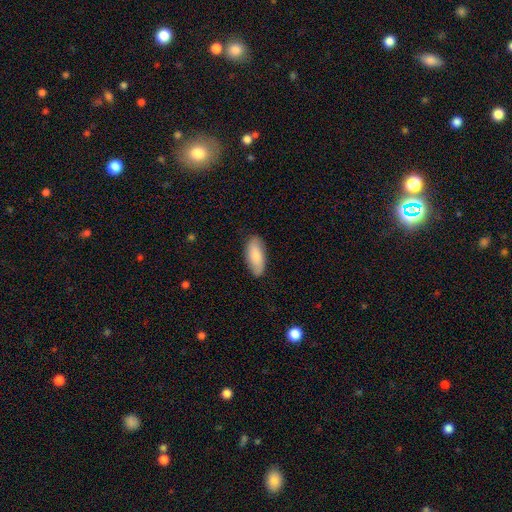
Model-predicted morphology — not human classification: Smooth or featured? smooth (81%)
How rounded? in between (83%)
Merging? none (84%)